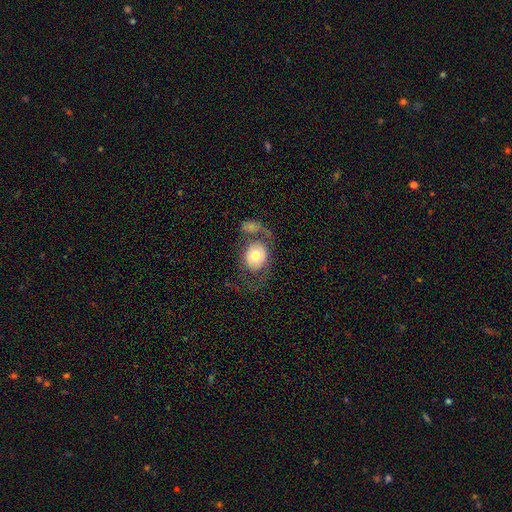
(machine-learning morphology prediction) Smooth or featured? Predicted: smooth (p=0.58). How rounded? Predicted: round (p=0.63). Merging? Predicted: none (p=0.40).